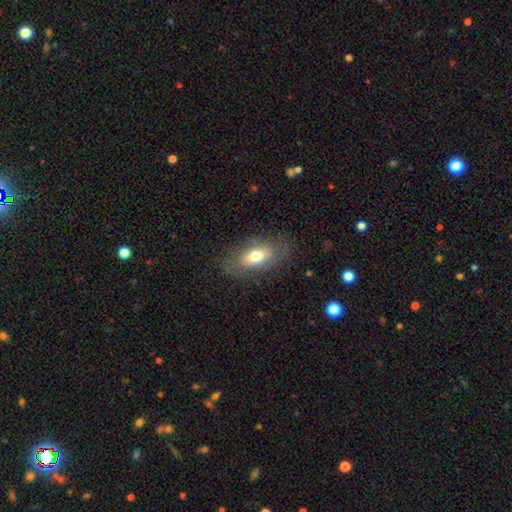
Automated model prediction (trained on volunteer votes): Smooth or featured? Predicted: smooth (p=0.59). How rounded? Predicted: in between (p=0.86). Merging? Predicted: none (p=0.76).